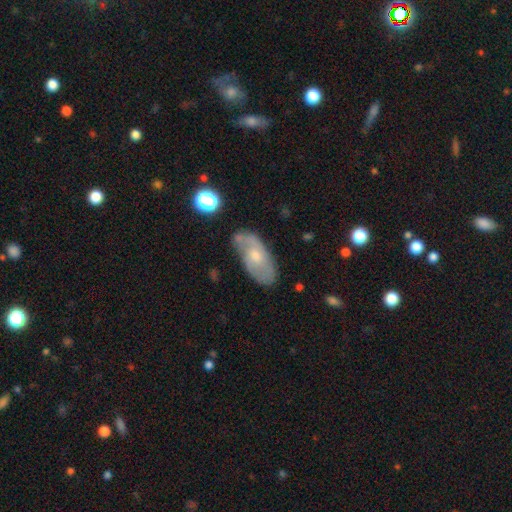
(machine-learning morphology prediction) Smooth or featured? Predicted: featured or disk (p=0.52). Edge-on disk? Predicted: no (p=0.89). Merging? Predicted: none (p=0.62).